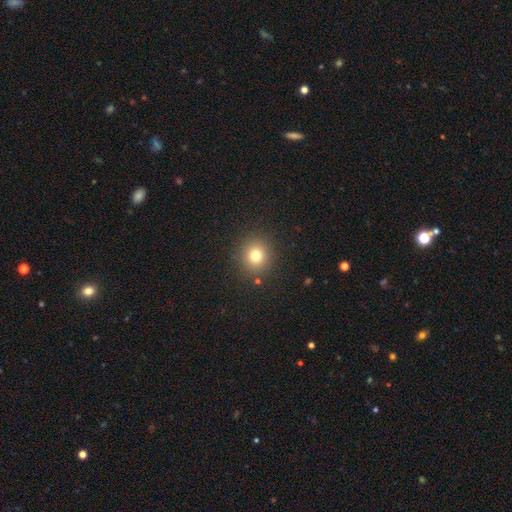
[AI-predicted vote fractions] A smooth galaxy with no disk features (78%) that is round (87%). Merging: none (89%).